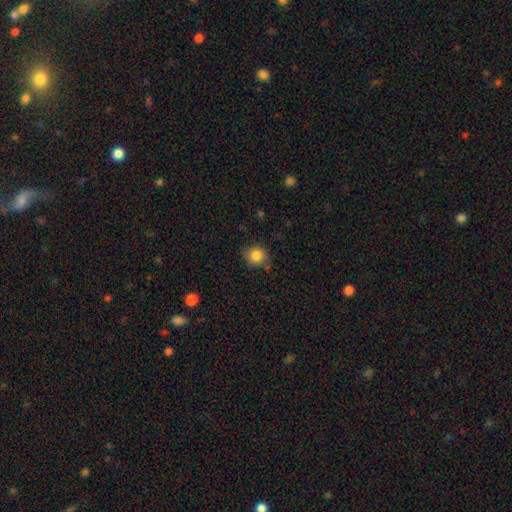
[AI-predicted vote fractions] Overall: smooth (84%). How rounded: round (82%). Merging: none (76%).